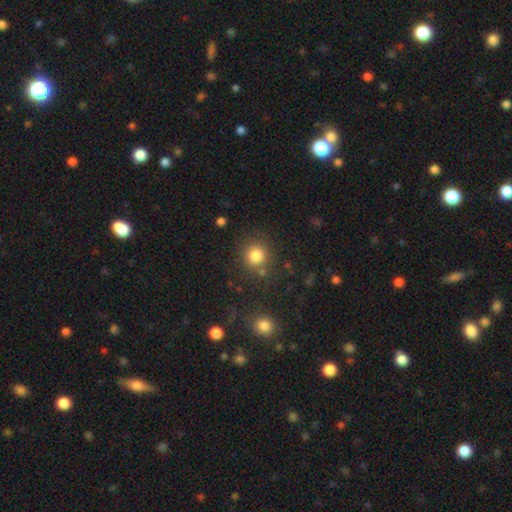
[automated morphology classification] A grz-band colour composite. It shows a smooth galaxy with no disk features (83%) that is round (91%). Merging: none (80%).